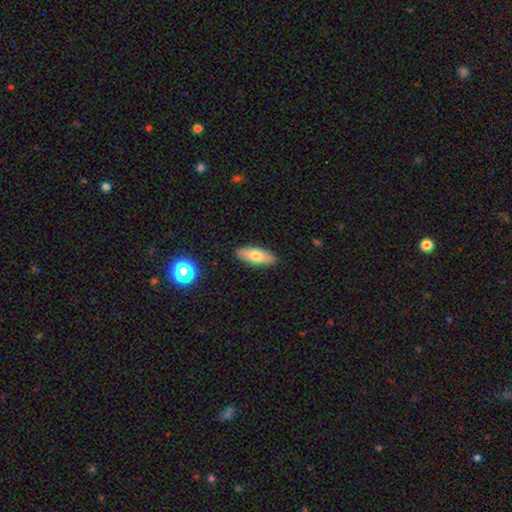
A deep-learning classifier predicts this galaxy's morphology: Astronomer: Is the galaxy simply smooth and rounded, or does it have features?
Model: smooth — 72%.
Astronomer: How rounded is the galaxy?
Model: in between — 74%.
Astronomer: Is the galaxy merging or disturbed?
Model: none — 88%.